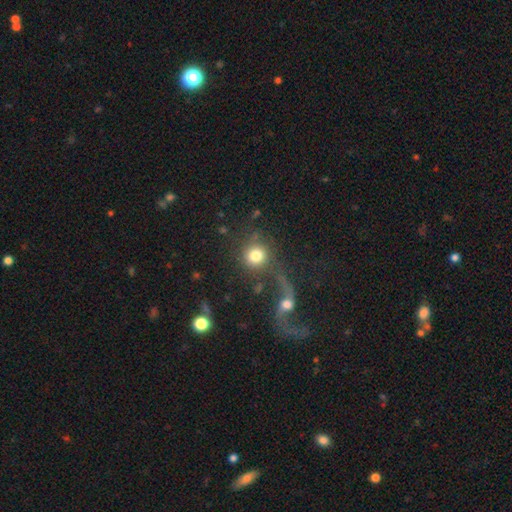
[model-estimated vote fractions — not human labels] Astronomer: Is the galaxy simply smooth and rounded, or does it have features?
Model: smooth — 76%.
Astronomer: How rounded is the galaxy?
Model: round — 91%.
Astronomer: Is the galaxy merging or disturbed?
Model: none — 53%.